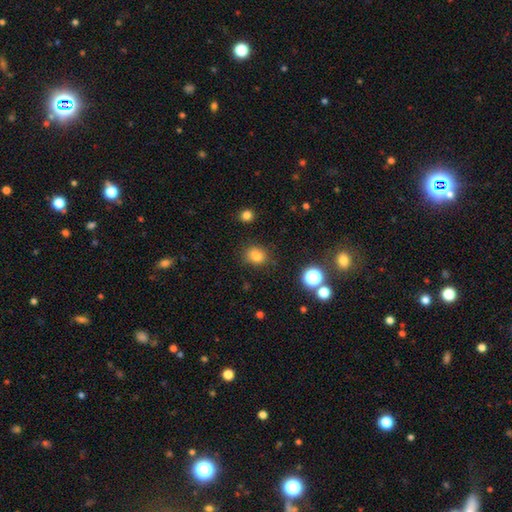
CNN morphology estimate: type=smooth (80%); roundness=round (67%); merging=none (84%).